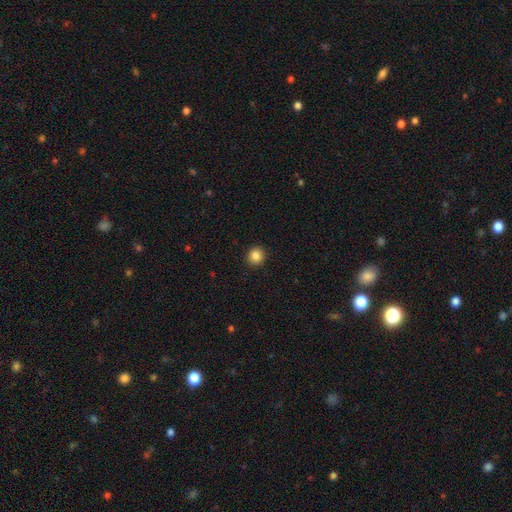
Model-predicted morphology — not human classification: type=smooth (86%); roundness=round (92%); merging=none (93%).